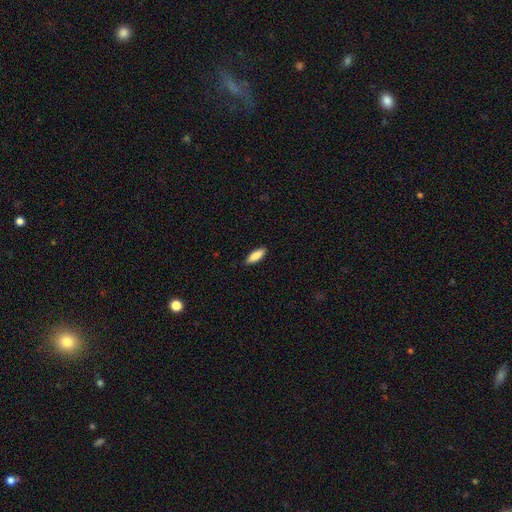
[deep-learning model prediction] smooth_or_featured: smooth (p=0.86) [alt: featured or disk p=0.08]
how_rounded: in between (p=0.63) [alt: cigar-shaped p=0.35]
merging: none (p=0.88) [alt: minor disturbance p=0.09]